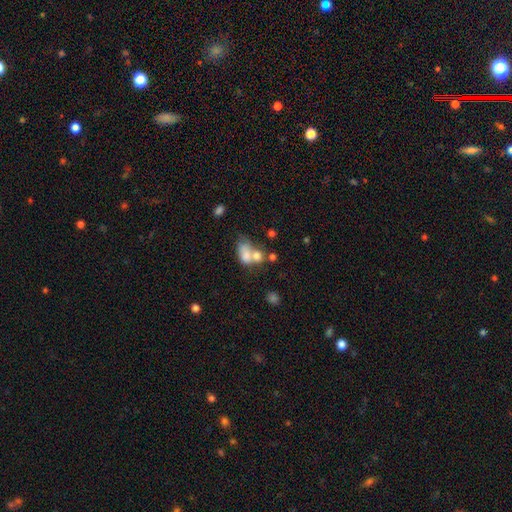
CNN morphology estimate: A smooth galaxy with no disk features (68%) that is in between round and cigar-shaped (73%).

Vote fractions:
- Smooth or featured? smooth: 68% / featured or disk: 21% / star or artifact: 11%
- How rounded? in between: 73% / round: 25% / cigar-shaped: 2%
- Merging? merger: 57% / none: 19% / major disturbance: 12% / minor disturbance: 11%